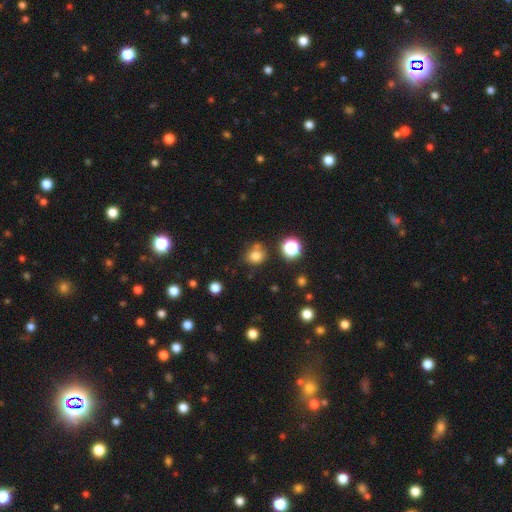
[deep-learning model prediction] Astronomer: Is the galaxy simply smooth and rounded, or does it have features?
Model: smooth — 78%.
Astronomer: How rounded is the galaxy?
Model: round — 81%.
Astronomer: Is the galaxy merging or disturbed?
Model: none — 70%.